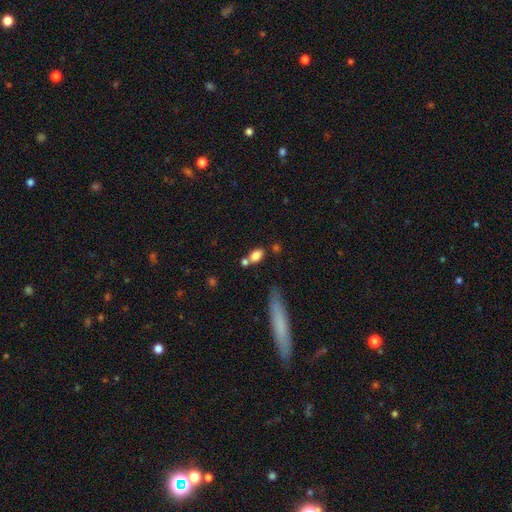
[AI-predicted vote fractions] smooth-or-featured: smooth: 81% | featured or disk: 10% | star or artifact: 9%
  how-rounded: in between: 80% | round: 16% | cigar-shaped: 4%
  merging: none: 56% | merger: 26% | minor disturbance: 14% | major disturbance: 5%